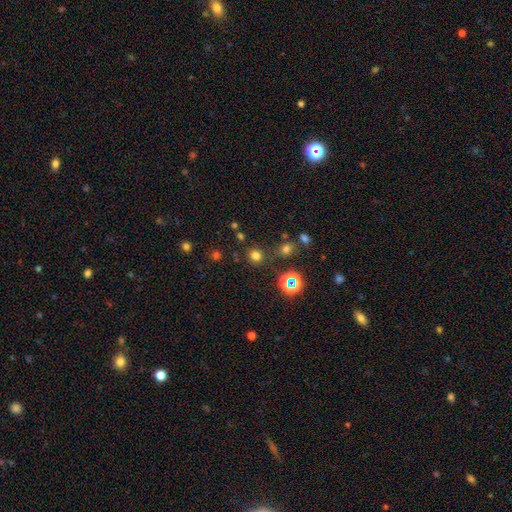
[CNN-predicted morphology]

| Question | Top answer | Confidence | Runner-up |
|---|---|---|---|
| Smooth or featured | smooth | 69% | star or artifact (25%) |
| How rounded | round | 89% | in between (10%) |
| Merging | none | 81% | minor disturbance (9%) |